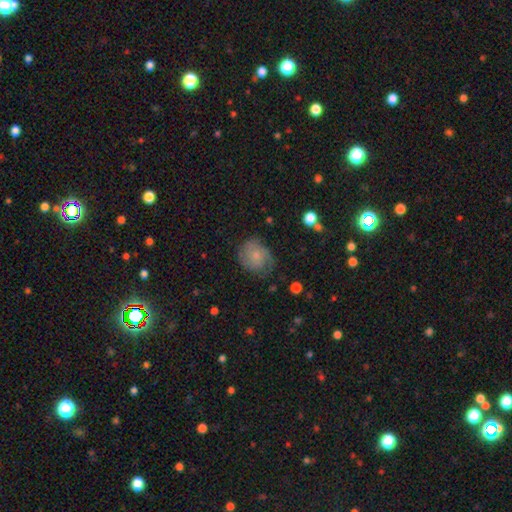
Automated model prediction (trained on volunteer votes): Overall: featured or disk (47%; smooth 45%). Merging: none (58%; minor disturbance 27%).